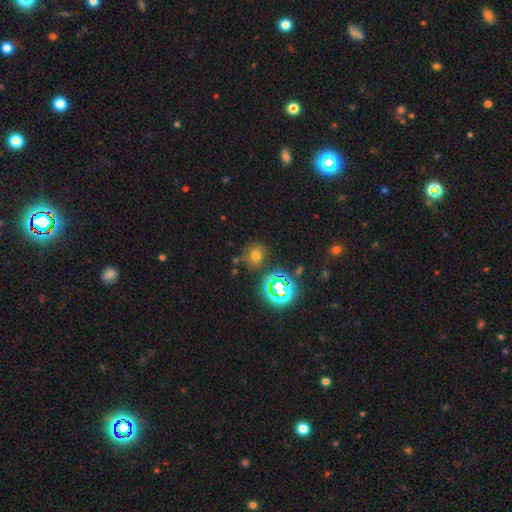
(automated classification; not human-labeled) smooth_or_featured: smooth (p=0.59) [alt: star or artifact p=0.31]
how_rounded: round (p=0.81) [alt: in between p=0.18]
merging: none (p=0.77) [alt: minor disturbance p=0.13]